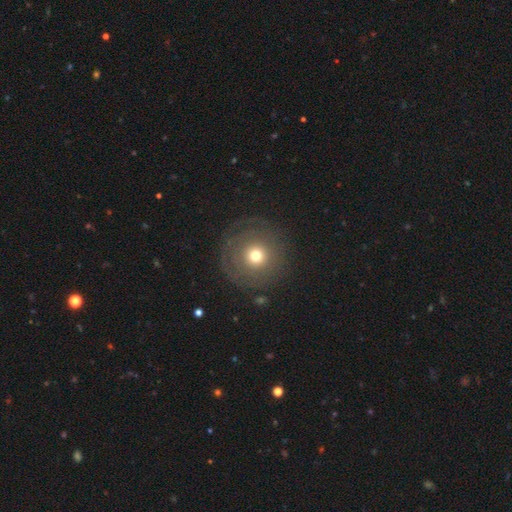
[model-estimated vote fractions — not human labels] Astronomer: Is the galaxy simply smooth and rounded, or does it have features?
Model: smooth — 60%.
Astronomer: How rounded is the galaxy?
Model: round — 95%.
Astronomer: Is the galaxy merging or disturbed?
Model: none — 83%.